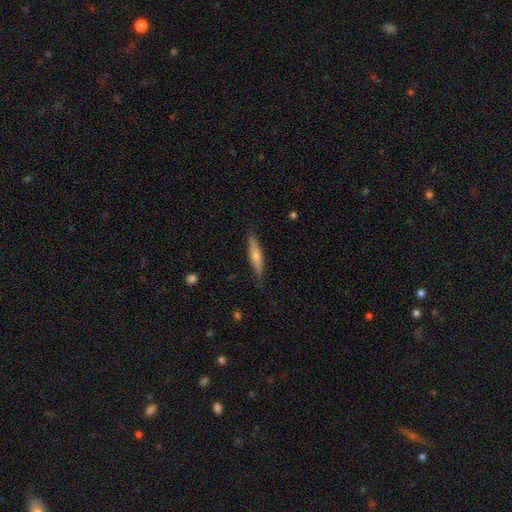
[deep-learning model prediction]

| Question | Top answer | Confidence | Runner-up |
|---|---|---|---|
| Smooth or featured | smooth | 49% | featured or disk (46%) |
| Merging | none | 85% | minor disturbance (11%) |